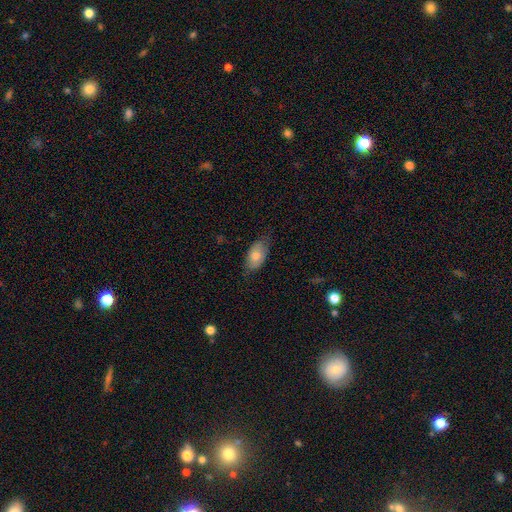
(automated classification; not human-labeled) Smooth or featured? Predicted: smooth (p=0.73). How rounded? Predicted: in between (p=0.92). Merging? Predicted: none (p=0.69).